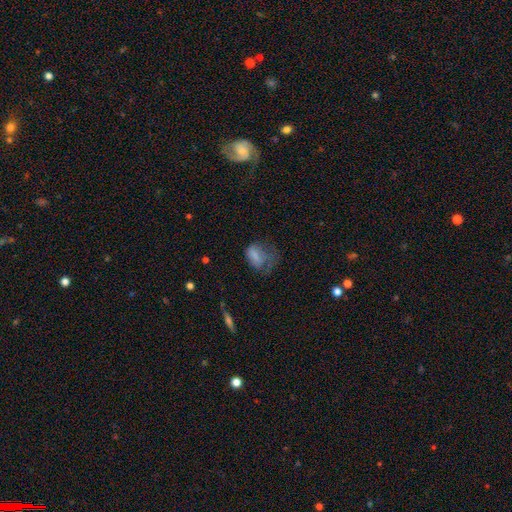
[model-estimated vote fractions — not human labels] Smooth or featured? Predicted: smooth (p=0.70). How rounded? Predicted: in between (p=0.79). Merging? Predicted: major disturbance (p=0.50).